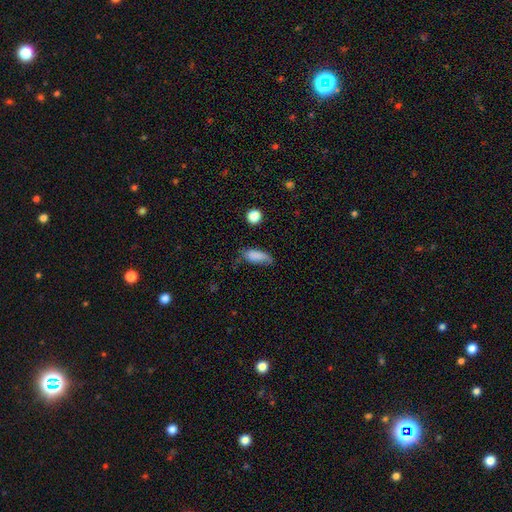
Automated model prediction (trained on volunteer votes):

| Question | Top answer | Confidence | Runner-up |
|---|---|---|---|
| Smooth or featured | smooth | 81% | featured or disk (10%) |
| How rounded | in between | 79% | cigar-shaped (18%) |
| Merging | none | 51% | minor disturbance (33%) |